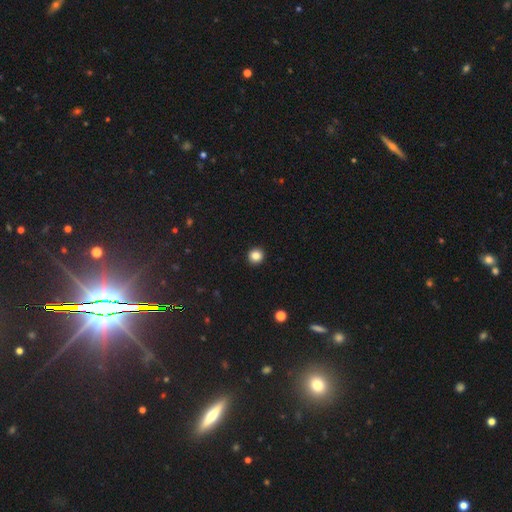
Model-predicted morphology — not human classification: A smooth galaxy with no disk features (85%) that is round (94%). Merging: none (94%).